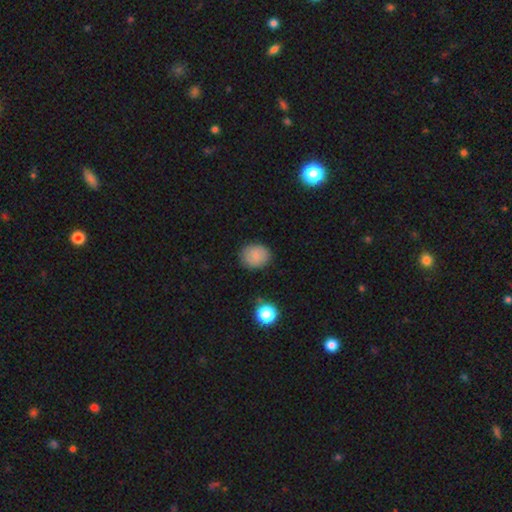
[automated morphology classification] Smooth or featured? smooth (82%)
How rounded? round (69%)
Merging? none (85%)